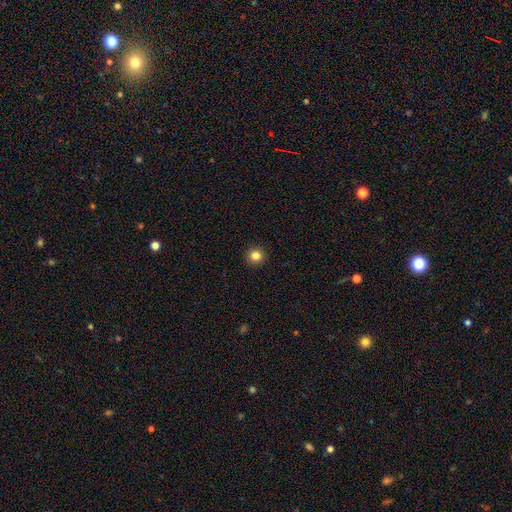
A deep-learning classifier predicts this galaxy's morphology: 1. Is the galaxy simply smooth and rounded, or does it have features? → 84% smooth, 12% star or artifact, 5% featured or disk.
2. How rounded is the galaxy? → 94% round, 5% in between, 1% cigar-shaped.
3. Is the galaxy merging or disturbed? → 93% none, 4% minor disturbance, 1% major disturbance, 1% merger.